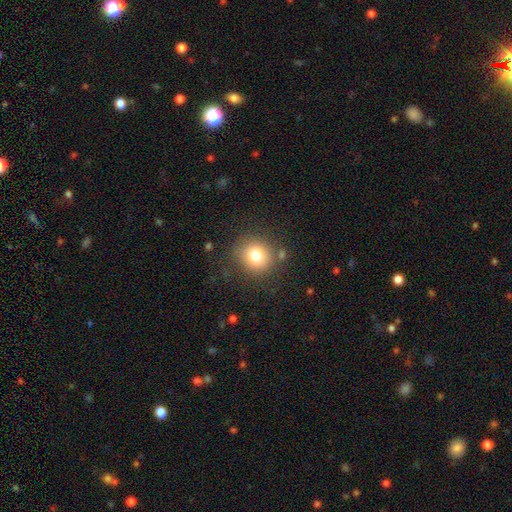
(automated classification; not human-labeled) Smooth or featured? Predicted: smooth (p=0.78). How rounded? Predicted: round (p=0.88). Merging? Predicted: none (p=0.83).